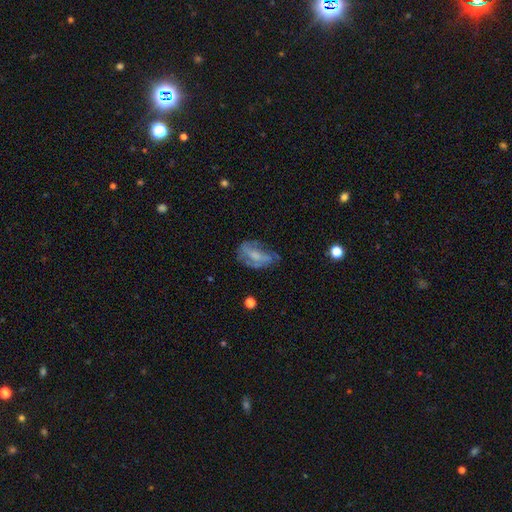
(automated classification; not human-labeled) A featured or disk galaxy (57%) with no bar (47%), spiral arms (58%) and a small central bulge (41%).

Vote fractions:
- Smooth or featured? featured or disk: 57% / smooth: 34% / star or artifact: 9%
- Edge-on disk? no: 92% / yes: 8%
- Bar? no: 47% / weak: 34% / strong: 19%
- Spiral arms? yes: 58% / no: 42%
- Bulge size? small: 41% / moderate: 32% / none: 21% / large: 5% / dominant: 1%
- Merging? none: 46% / minor disturbance: 28% / major disturbance: 23% / merger: 3%